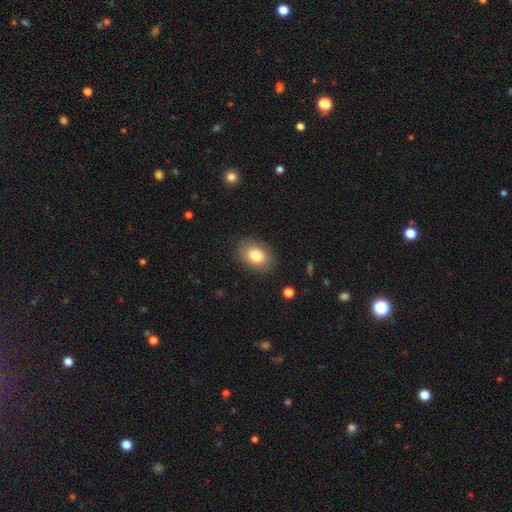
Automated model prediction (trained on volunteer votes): A smooth galaxy with no disk features (82%) that is in between round and cigar-shaped (75%).

Vote fractions:
- Smooth or featured? smooth: 82% / featured or disk: 10% / star or artifact: 8%
- How rounded? in between: 75% / round: 24% / cigar-shaped: 1%
- Merging? none: 86% / minor disturbance: 10% / major disturbance: 3% / merger: 1%